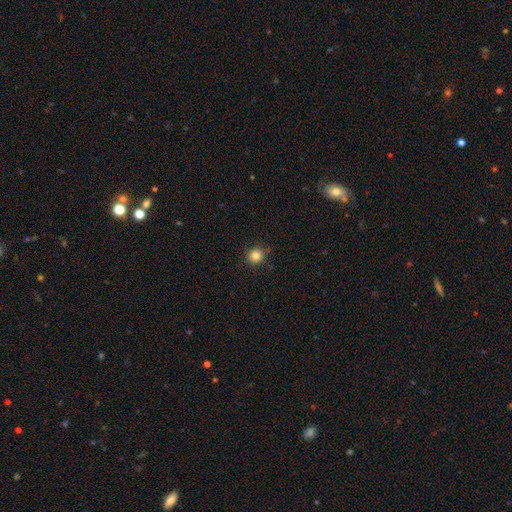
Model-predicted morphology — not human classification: smooth_or_featured: smooth (p=0.84) [alt: star or artifact p=0.11]
how_rounded: round (p=0.92) [alt: in between p=0.07]
merging: none (p=0.88) [alt: minor disturbance p=0.08]